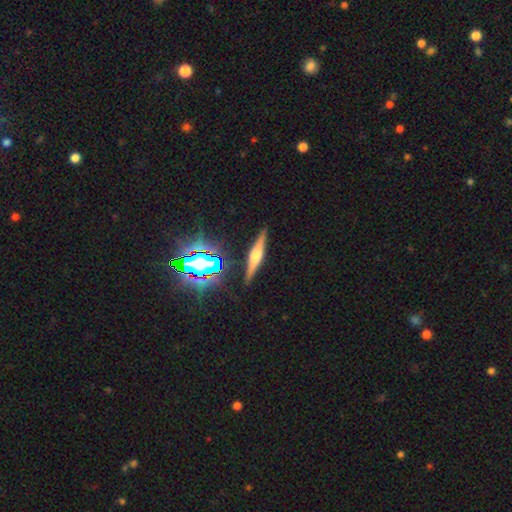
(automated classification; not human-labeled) A featured or disk galaxy (66%) viewed edge-on (97%) with a rounded central bulge (79%).

Vote fractions:
- Smooth or featured? featured or disk: 66% / smooth: 23% / star or artifact: 11%
- Edge-on disk? yes: 97% / no: 3%
- Edge-on bulge? rounded: 79% / boxy: 16% / none: 5%
- Merging? none: 88% / minor disturbance: 8% / major disturbance: 2% / merger: 2%